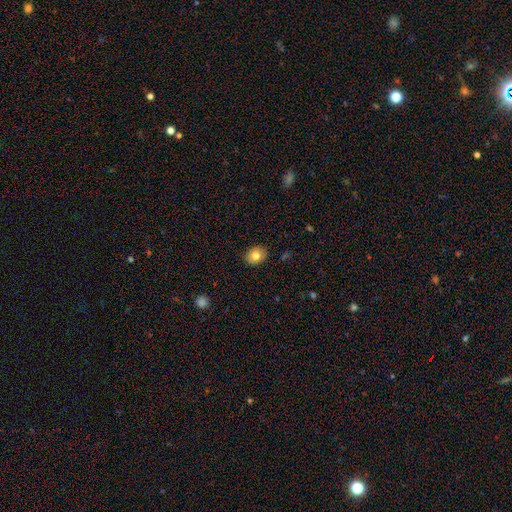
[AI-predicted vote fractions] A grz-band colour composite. It shows a smooth galaxy with no disk features (80%) that is round (52%). Merging: none (88%).